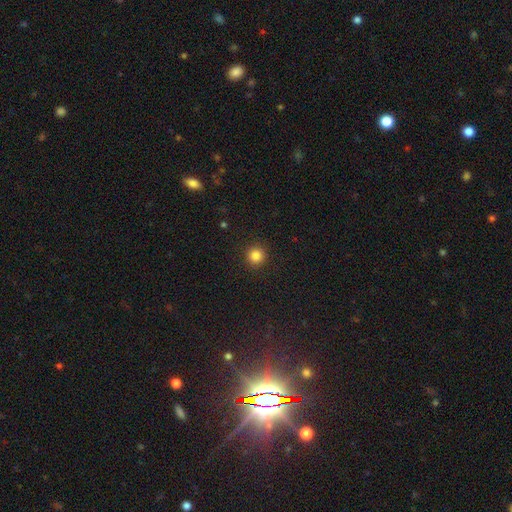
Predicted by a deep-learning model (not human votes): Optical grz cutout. It shows a smooth galaxy with no disk features (85%) that is round (94%). Merging: none (92%).